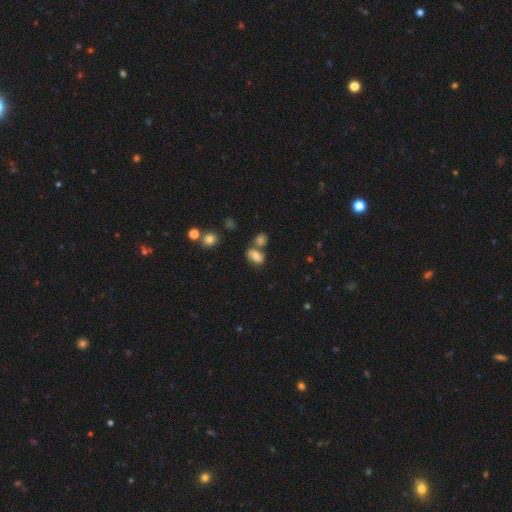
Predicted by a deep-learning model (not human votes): Smooth or featured? smooth (55%)
How rounded? in between (74%)
Merging? none (49%)